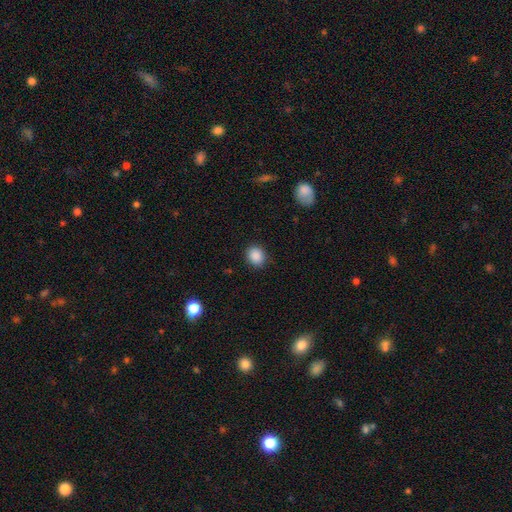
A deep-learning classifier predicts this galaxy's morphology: smooth_or_featured: smooth (p=0.88) [alt: star or artifact p=0.09]
how_rounded: round (p=0.73) [alt: in between p=0.26]
merging: none (p=0.88) [alt: minor disturbance p=0.08]